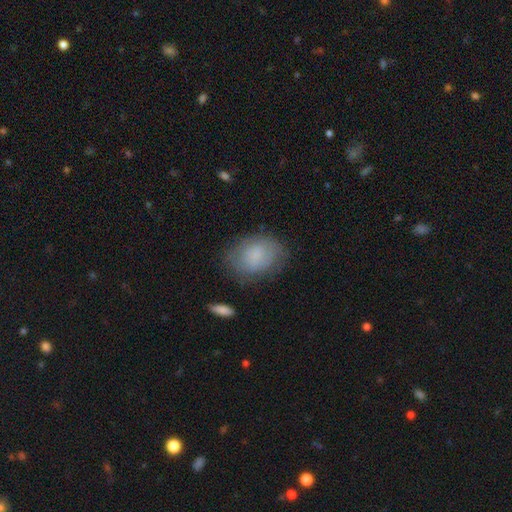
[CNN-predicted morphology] Overall: smooth (70%). How rounded: in between (68%; round 31%). Merging: none (70%).